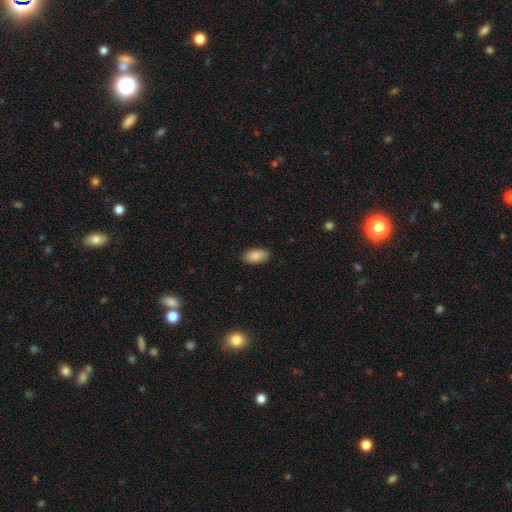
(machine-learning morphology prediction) Smooth or featured: smooth — 88% (star or artifact — 7%)
How rounded: in between — 94% (round — 3%)
Merging: none — 87% (minor disturbance — 10%)